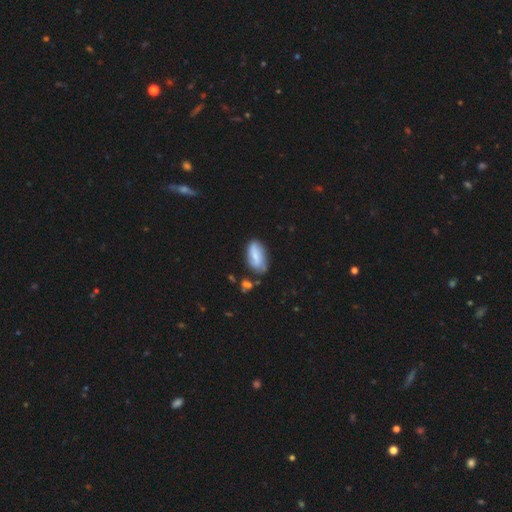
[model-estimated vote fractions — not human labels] Smooth or featured? Predicted: smooth (p=0.62). How rounded? Predicted: in between (p=0.90). Merging? Predicted: none (p=0.62).